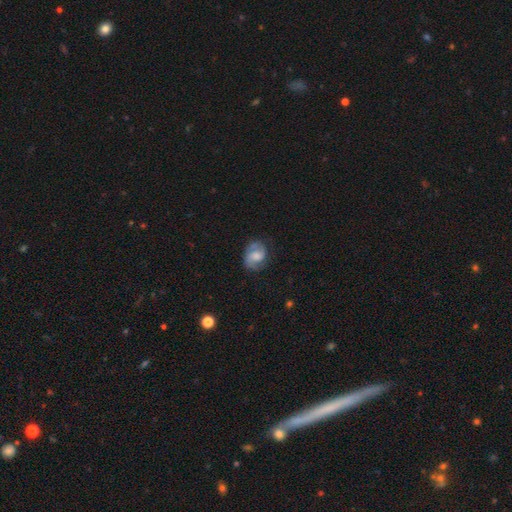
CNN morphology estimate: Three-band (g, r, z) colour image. It shows a featured or disk galaxy (62%) with no bar (48%), 2 (78%) medium (48%) spiral arms (89%) and a moderate central bulge (38%). Merging: none (69%).